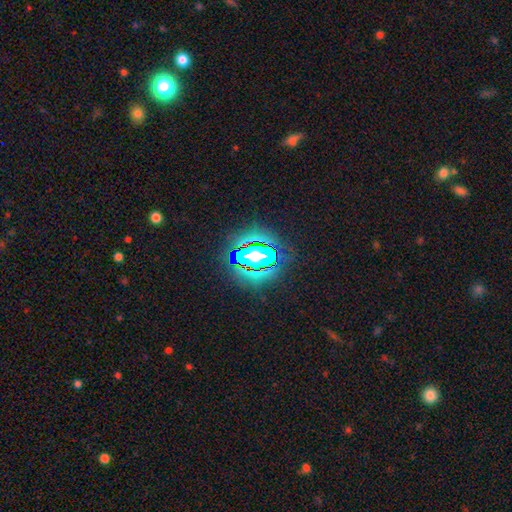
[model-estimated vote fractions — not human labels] Q: Smooth or featured?
A: star or artifact (82%); runner-up: smooth (11%)